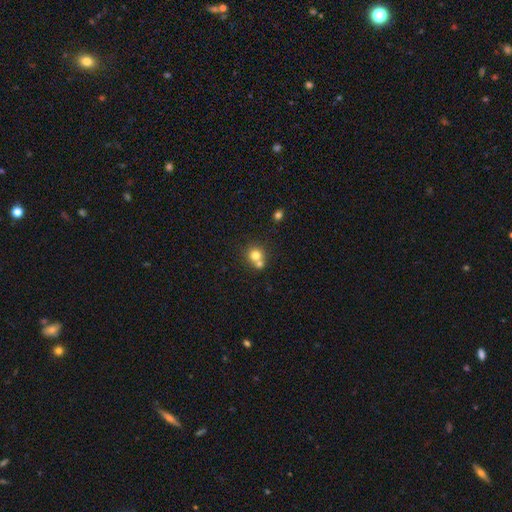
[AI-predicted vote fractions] smooth 76%, star or artifact 12%, featured or disk 12%. Down the decision tree: how rounded — round (87%); merging — none (47%).